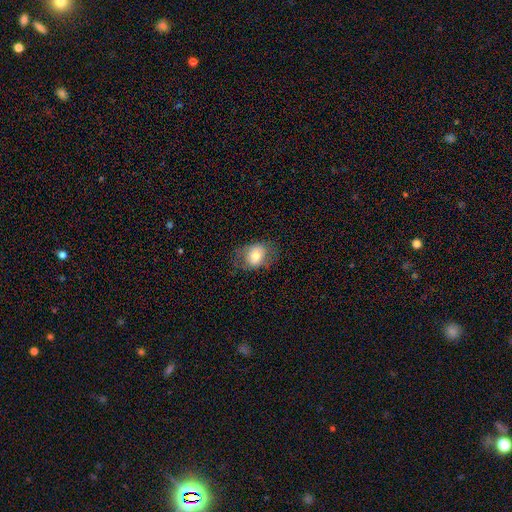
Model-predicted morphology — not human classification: This appears to be a smooth galaxy with no disk features (67%) that is in between round and cigar-shaped (61%). Merging: none (69%).